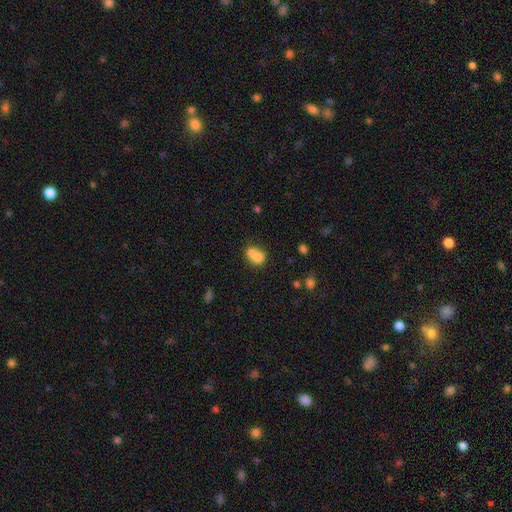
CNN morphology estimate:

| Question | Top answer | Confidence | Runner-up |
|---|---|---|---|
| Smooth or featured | smooth | 72% | featured or disk (17%) |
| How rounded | round | 51% | in between (47%) |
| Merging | merger | 66% | none (23%) |